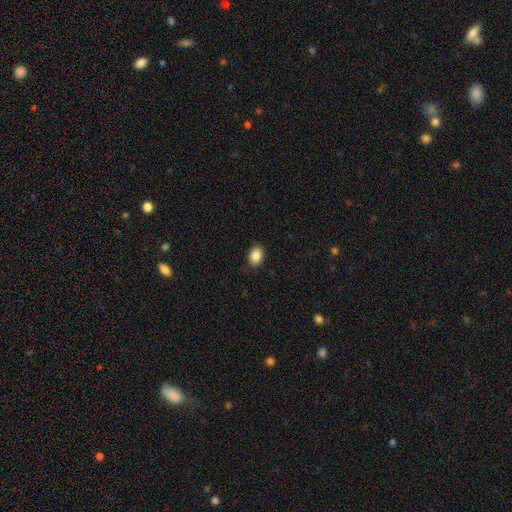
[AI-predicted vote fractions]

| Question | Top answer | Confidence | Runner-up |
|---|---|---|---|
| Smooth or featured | smooth | 87% | star or artifact (8%) |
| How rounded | in between | 73% | round (26%) |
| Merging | none | 87% | minor disturbance (10%) |